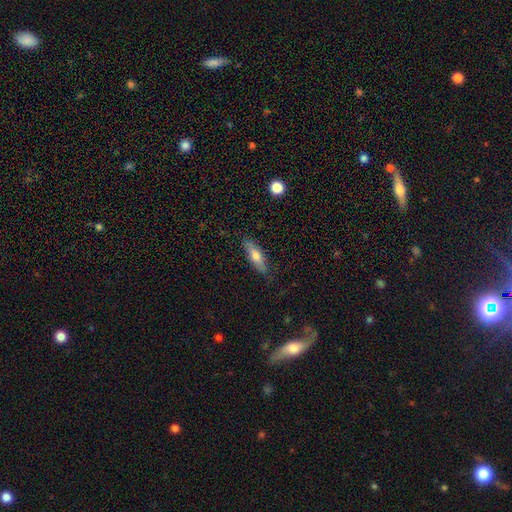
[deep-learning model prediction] smooth-or-featured: smooth: 65% | featured or disk: 29% | star or artifact: 6%
  how-rounded: cigar-shaped: 58% | in between: 40% | round: 2%
  merging: none: 82% | minor disturbance: 13% | major disturbance: 3% | merger: 1%